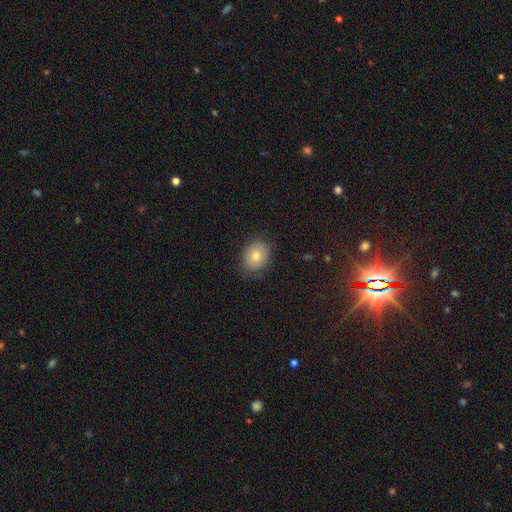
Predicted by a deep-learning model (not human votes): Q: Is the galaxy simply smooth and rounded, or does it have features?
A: smooth — 78%.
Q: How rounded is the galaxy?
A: round — 53%.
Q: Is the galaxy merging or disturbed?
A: none — 81%.